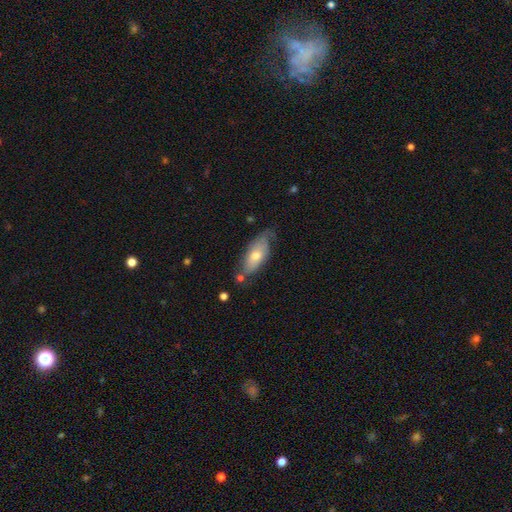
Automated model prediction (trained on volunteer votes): smooth_or_featured: smooth (p=0.60) [alt: featured or disk p=0.34]
how_rounded: in between (p=0.81) [alt: cigar-shaped p=0.16]
merging: none (p=0.55) [alt: minor disturbance p=0.31]